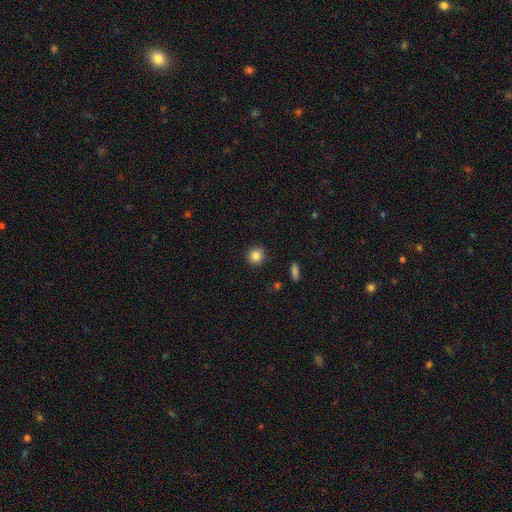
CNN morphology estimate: A smooth galaxy with no disk features (85%) that is round (93%).

Vote fractions:
- Smooth or featured? smooth: 85% / star or artifact: 10% / featured or disk: 5%
- How rounded? round: 93% / in between: 6% / cigar-shaped: 1%
- Merging? none: 90% / minor disturbance: 7% / major disturbance: 2% / merger: 1%